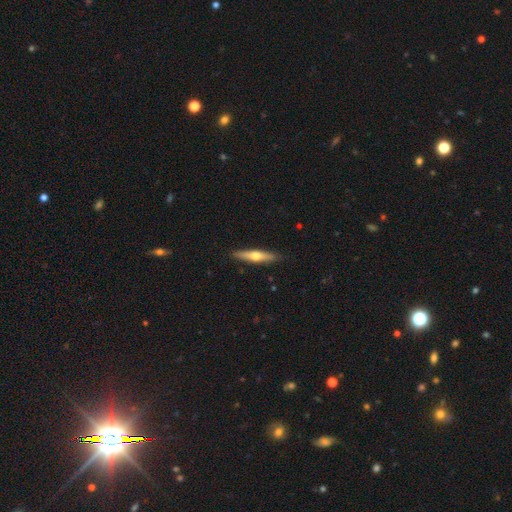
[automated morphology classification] Overall: featured or disk (52%; smooth 43%). Edge-on disk: yes (94%). Merging: none (89%).